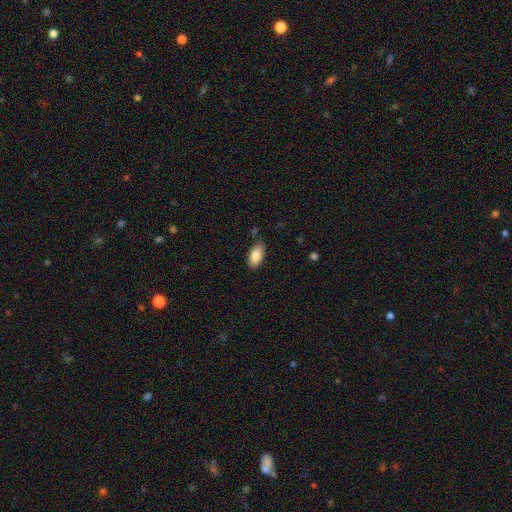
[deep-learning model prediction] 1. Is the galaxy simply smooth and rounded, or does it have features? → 85% smooth, 9% featured or disk, 7% star or artifact.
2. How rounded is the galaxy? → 92% in between, 5% cigar-shaped, 3% round.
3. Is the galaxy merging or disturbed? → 83% none, 13% minor disturbance, 2% major disturbance, 2% merger.